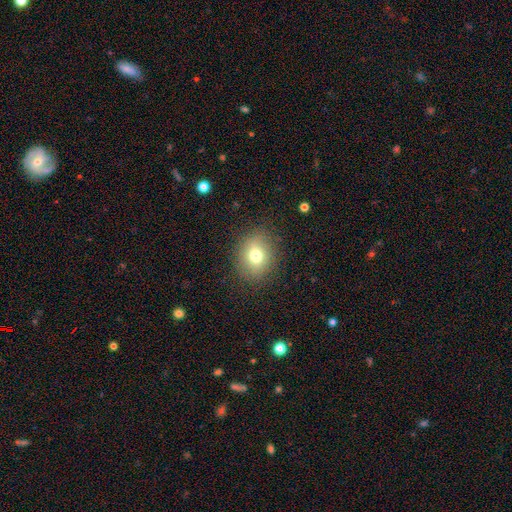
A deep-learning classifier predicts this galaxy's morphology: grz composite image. It shows a smooth galaxy with no disk features (72%) that is round (57%). Merging: none (84%).